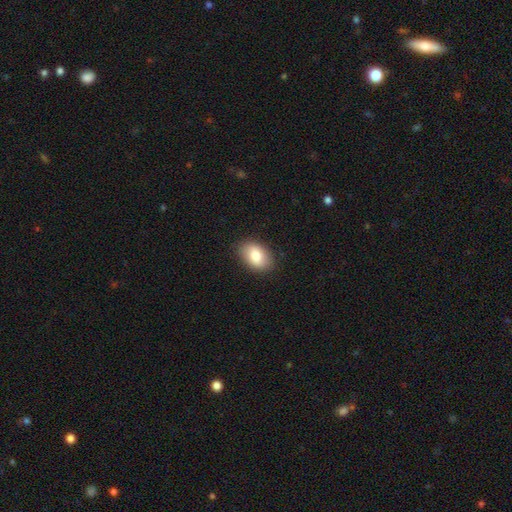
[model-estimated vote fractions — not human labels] Smooth or featured? Predicted: smooth (p=0.82). How rounded? Predicted: in between (p=0.88). Merging? Predicted: none (p=0.87).